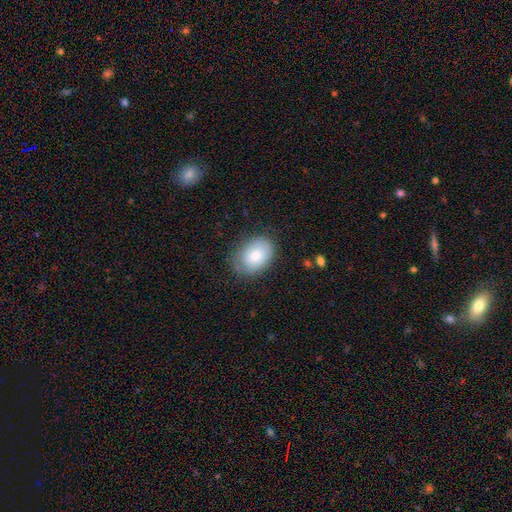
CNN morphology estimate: This is likely a smooth galaxy (77%). How rounded: likely in between (76%). Merging: likely none (72%).